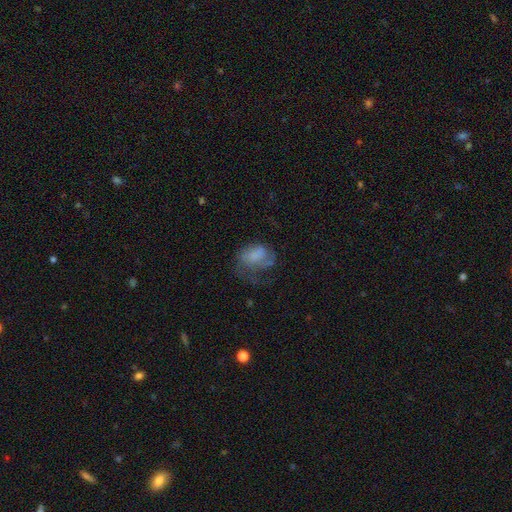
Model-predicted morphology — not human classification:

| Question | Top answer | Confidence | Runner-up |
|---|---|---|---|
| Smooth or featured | smooth | 48% | featured or disk (42%) |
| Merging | major disturbance | 42% | none (32%) |